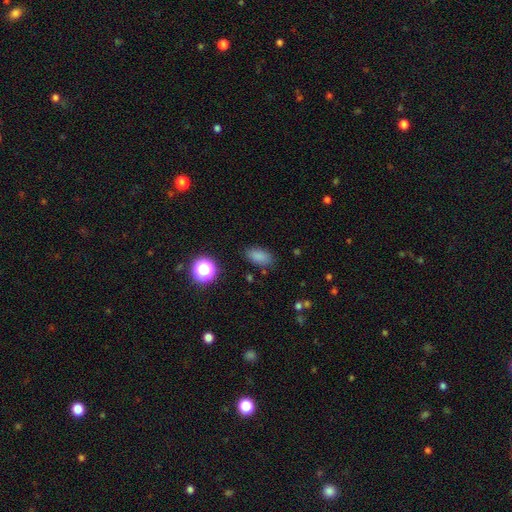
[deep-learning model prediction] A smooth galaxy with no disk features (80%) that is in between round and cigar-shaped (88%). Merging: none (84%).